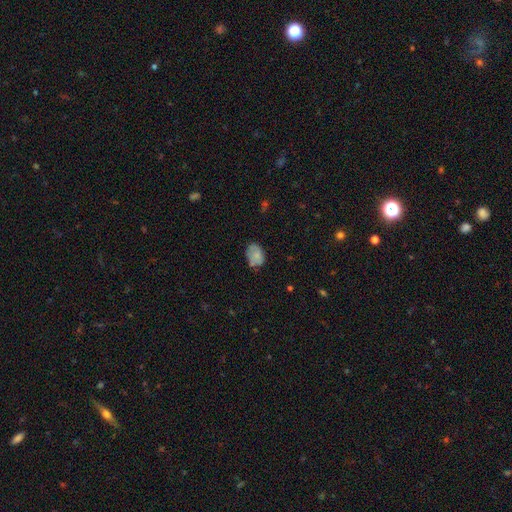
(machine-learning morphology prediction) type=smooth (74%); roundness=in between (77%); merging=none (60%).